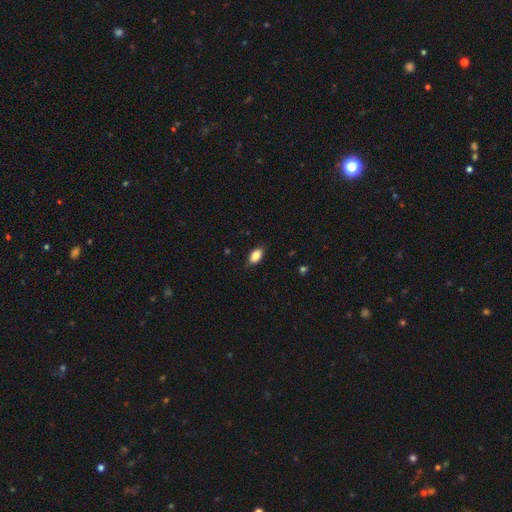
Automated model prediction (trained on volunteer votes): A smooth galaxy with no disk features (86%) that is in between round and cigar-shaped (90%). Merging: none (83%).